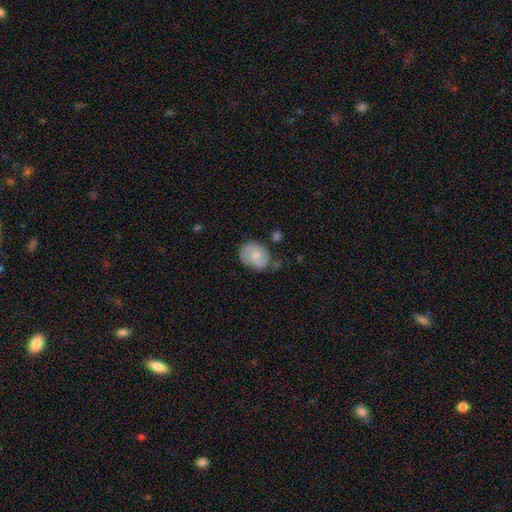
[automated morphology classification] smooth-or-featured: smooth: 47% | featured or disk: 46% | star or artifact: 7%
  merging: none: 57% | minor disturbance: 29% | major disturbance: 10% | merger: 4%